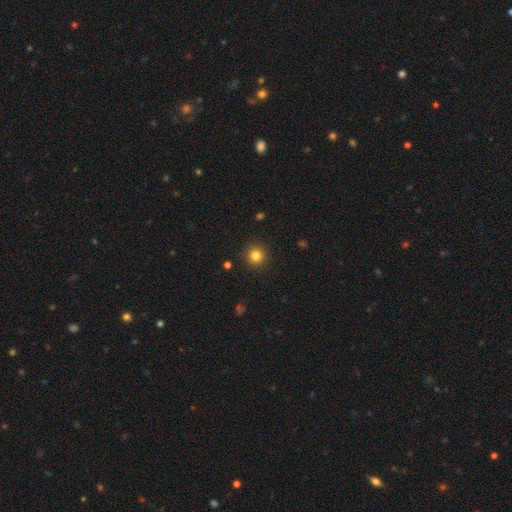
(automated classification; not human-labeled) Smooth or featured: smooth — 82% (star or artifact — 12%)
How rounded: round — 94% (in between — 5%)
Merging: none — 92% (minor disturbance — 5%)